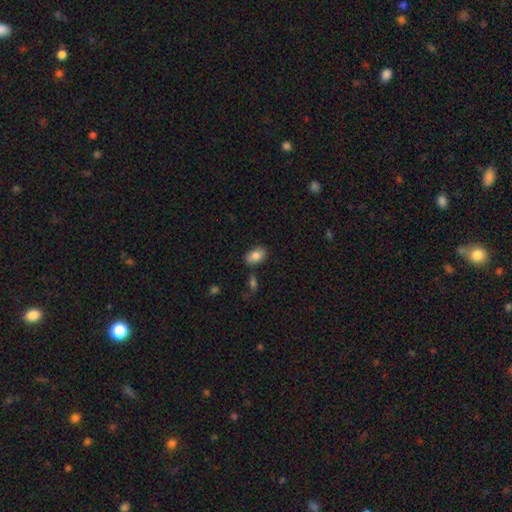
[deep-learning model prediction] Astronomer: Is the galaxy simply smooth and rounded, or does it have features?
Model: smooth — 82%.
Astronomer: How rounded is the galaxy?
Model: in between — 90%.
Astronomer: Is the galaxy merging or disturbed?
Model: none — 80%.